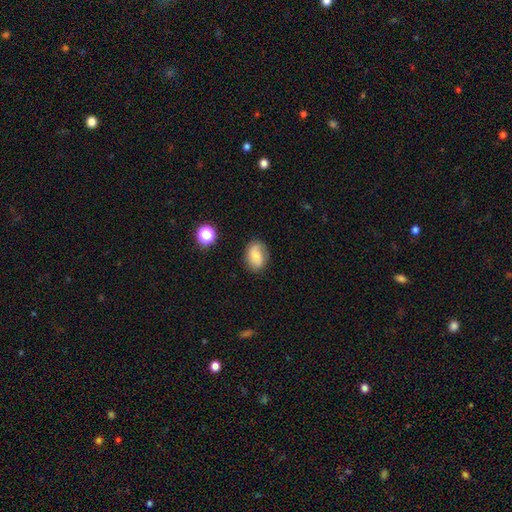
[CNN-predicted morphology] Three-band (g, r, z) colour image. It shows a smooth galaxy with no disk features (53%) that is in between round and cigar-shaped (70%). Merging: none (75%).